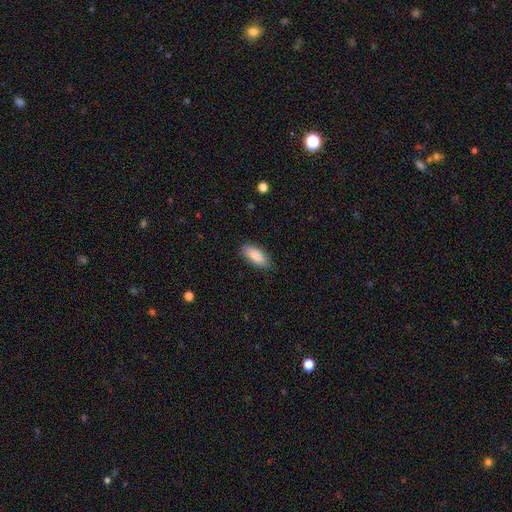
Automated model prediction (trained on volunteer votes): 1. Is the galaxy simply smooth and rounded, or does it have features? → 85% smooth, 9% featured or disk, 6% star or artifact.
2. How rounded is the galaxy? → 85% in between, 13% cigar-shaped, 2% round.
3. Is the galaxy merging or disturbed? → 84% none, 13% minor disturbance, 3% major disturbance, 1% merger.